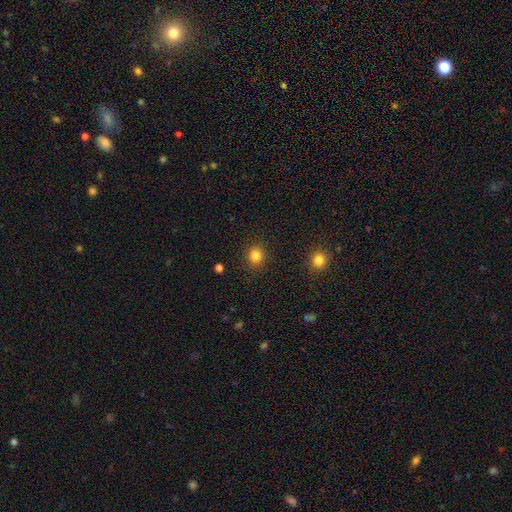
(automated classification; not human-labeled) Smooth or featured? smooth (83%)
How rounded? round (86%)
Merging? none (90%)